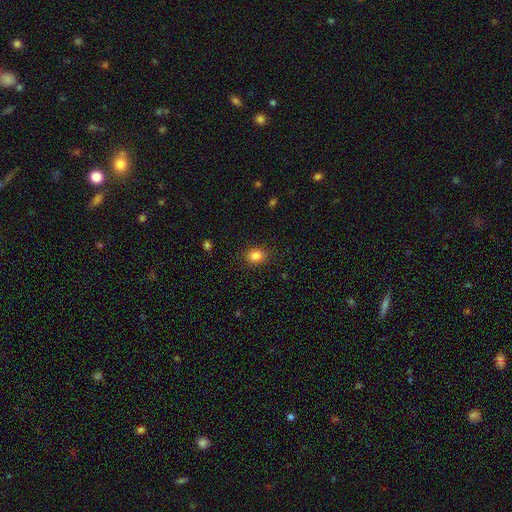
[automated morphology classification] Overall: smooth (84%). How rounded: round (54%; in between 45%). Merging: none (87%).